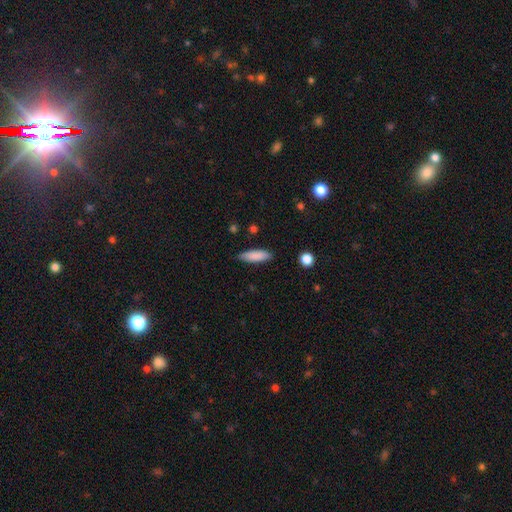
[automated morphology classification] Q: Smooth or featured?
A: smooth (86%); runner-up: featured or disk (8%)
Q: How rounded?
A: cigar-shaped (55%); runner-up: in between (43%)
Q: Merging?
A: none (85%); runner-up: minor disturbance (12%)